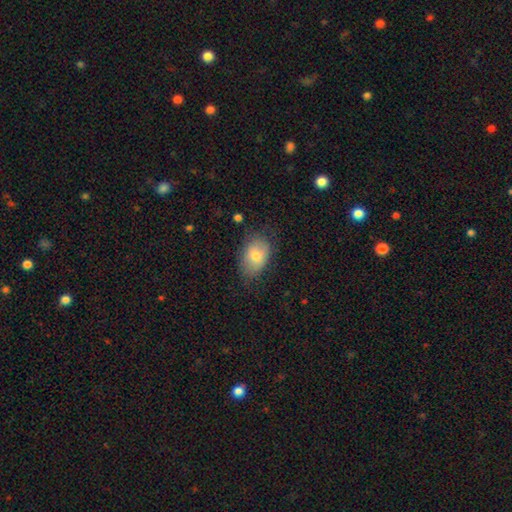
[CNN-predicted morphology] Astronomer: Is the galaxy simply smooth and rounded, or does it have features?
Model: smooth — 75%.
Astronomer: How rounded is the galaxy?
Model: in between — 83%.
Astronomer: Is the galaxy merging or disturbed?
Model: none — 67%.